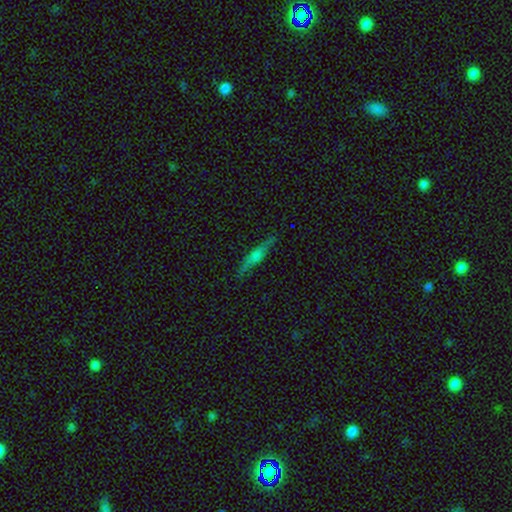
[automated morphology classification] A featured or disk galaxy (57%) viewed edge-on (96%) with a rounded central bulge (75%).

Vote fractions:
- Smooth or featured? featured or disk: 57% / smooth: 34% / star or artifact: 9%
- Edge-on disk? yes: 96% / no: 4%
- Edge-on bulge? rounded: 75% / boxy: 15% / none: 10%
- Merging? none: 86% / minor disturbance: 11% / major disturbance: 2% / merger: 1%